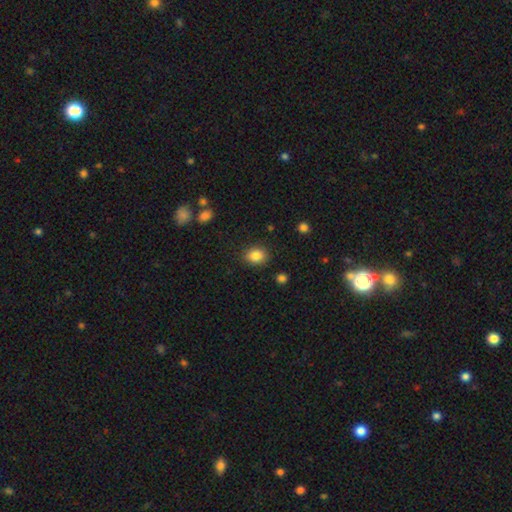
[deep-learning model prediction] This is clearly a smooth galaxy (85%). How rounded: possibly in between (56%). Merging: clearly none (85%).